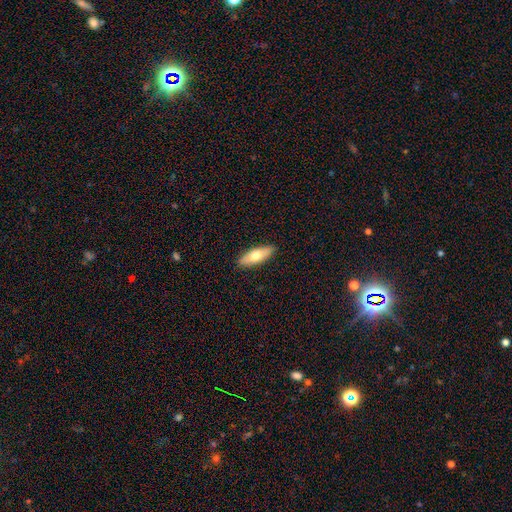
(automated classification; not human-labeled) smooth-or-featured: smooth: 66% | featured or disk: 28% | star or artifact: 6%
  how-rounded: in between: 64% | cigar-shaped: 34% | round: 3%
  merging: none: 90% | minor disturbance: 7% | major disturbance: 2% | merger: 1%